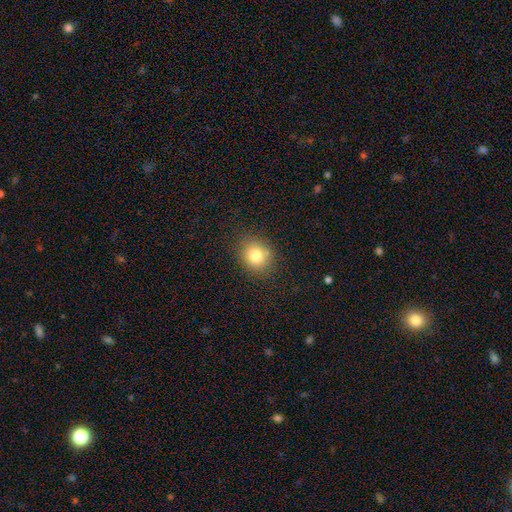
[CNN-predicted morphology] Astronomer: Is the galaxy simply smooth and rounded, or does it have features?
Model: smooth — 79%.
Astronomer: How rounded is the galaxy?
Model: round — 74%.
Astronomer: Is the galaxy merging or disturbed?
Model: none — 85%.